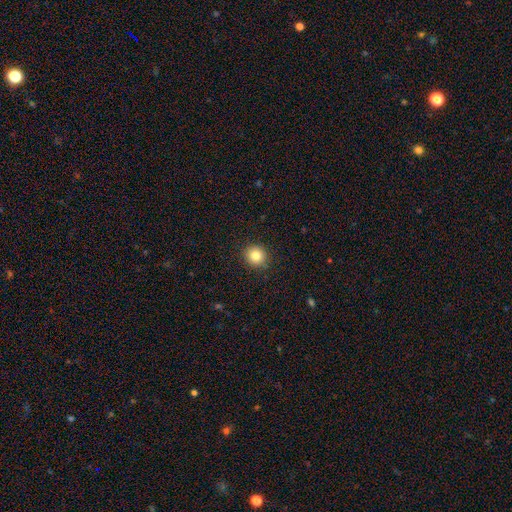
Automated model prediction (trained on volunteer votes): Smooth or featured? Predicted: smooth (p=0.84). How rounded? Predicted: round (p=0.88). Merging? Predicted: none (p=0.90).